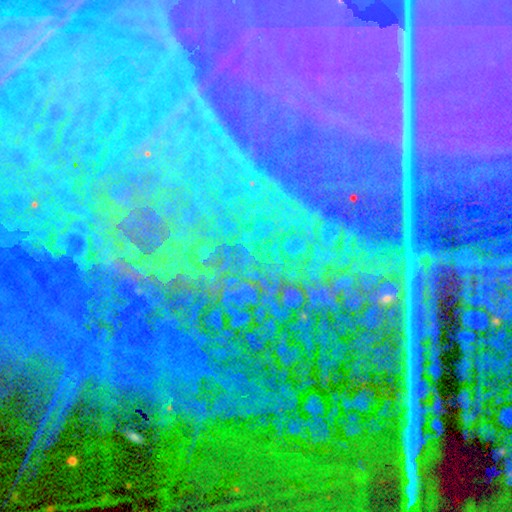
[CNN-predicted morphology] Overall: star or artifact (89%).